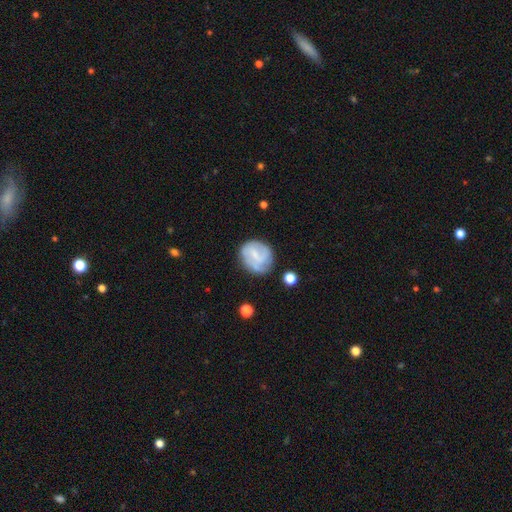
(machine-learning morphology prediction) This is possibly a featured or disk galaxy (52%). It is clearly not viewed edge-on (98%). Bar: possibly weak (49%). Spiral arm pattern: likely yes (71%). Central bulge: marginally small (41%). Merging: likely none (60%).